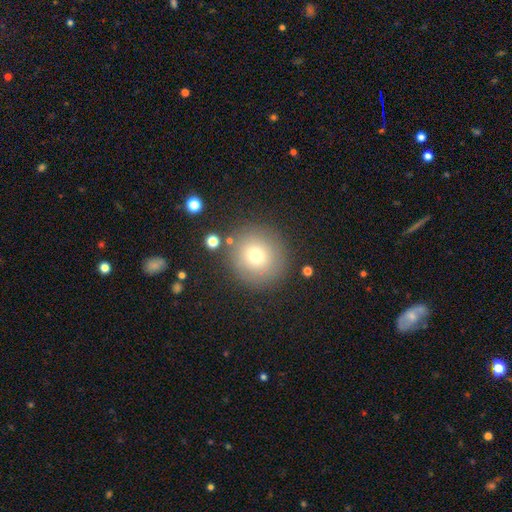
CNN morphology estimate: Overall: smooth (73%). How rounded: round (93%). Merging: none (85%).